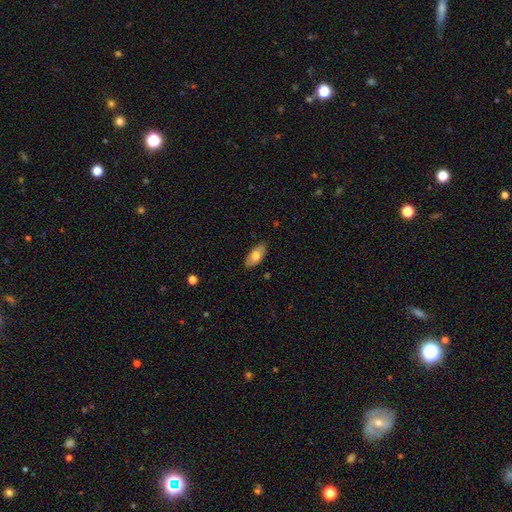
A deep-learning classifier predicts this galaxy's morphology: Smooth or featured?
  - smooth: 71% *
  - featured or disk: 23%
  - star or artifact: 6%
How rounded?
  - in between: 90% *
  - cigar-shaped: 7%
  - round: 3%
Merging?
  - none: 84% *
  - minor disturbance: 13%
  - major disturbance: 2%
  - merger: 1%